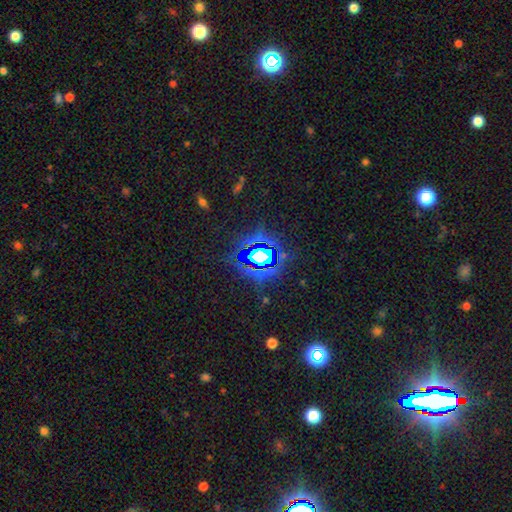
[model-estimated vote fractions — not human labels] The model was most divided on "smooth or featured": star or artifact: 73%, smooth: 15%, featured or disk: 12%.